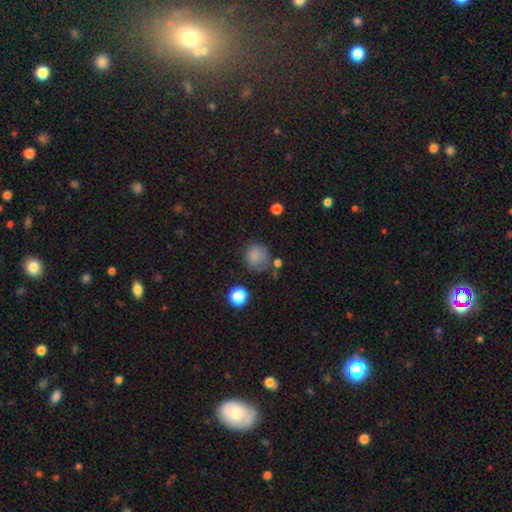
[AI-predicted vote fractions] A smooth galaxy with no disk features (81%) that is round (84%). Merging: none (67%).